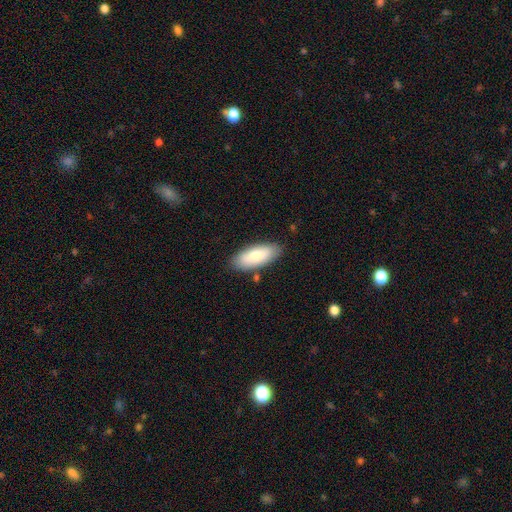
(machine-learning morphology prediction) Overall: smooth (77%). How rounded: in between (81%). Merging: none (83%).